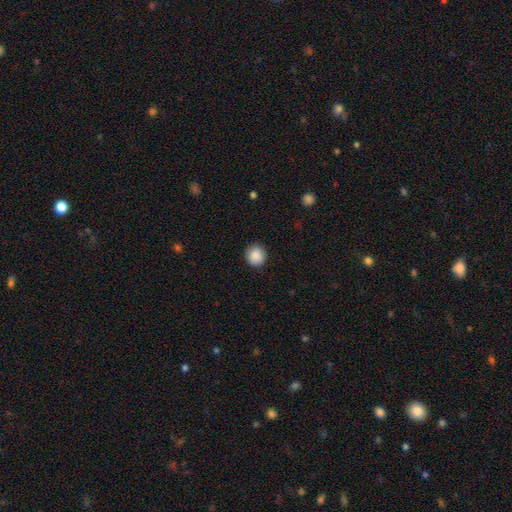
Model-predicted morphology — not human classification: This is clearly a smooth galaxy (89%). How rounded: clearly round (91%). Merging: clearly none (90%).